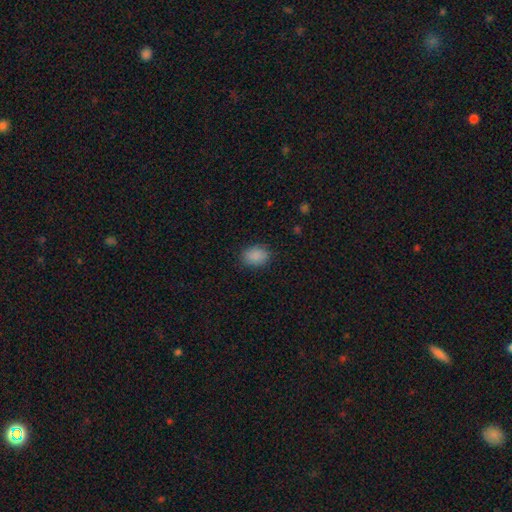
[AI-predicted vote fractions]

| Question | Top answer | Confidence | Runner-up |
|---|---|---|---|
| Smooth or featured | smooth | 88% | star or artifact (8%) |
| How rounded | in between | 66% | round (33%) |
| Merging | none | 84% | minor disturbance (12%) |